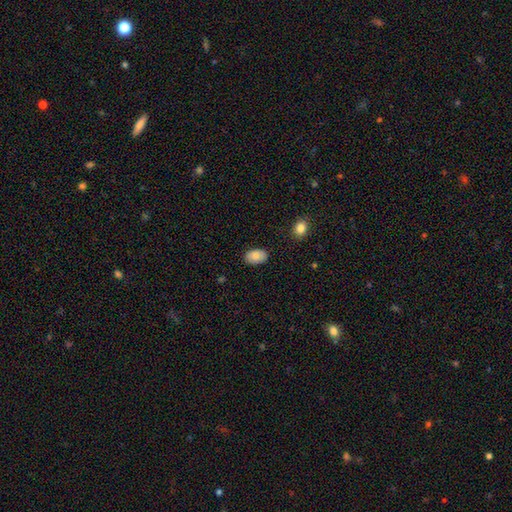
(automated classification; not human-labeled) This appears to be a smooth galaxy with no disk features (83%) that is in between round and cigar-shaped (90%). Merging: none (84%).